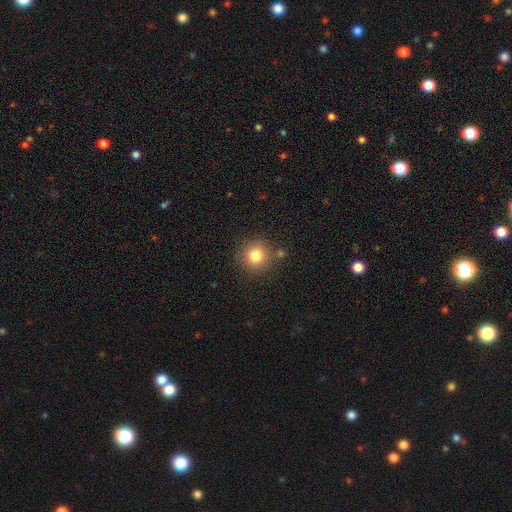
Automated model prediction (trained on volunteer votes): Smooth or featured? Predicted: smooth (p=0.81). How rounded? Predicted: round (p=0.93). Merging? Predicted: none (p=0.84).